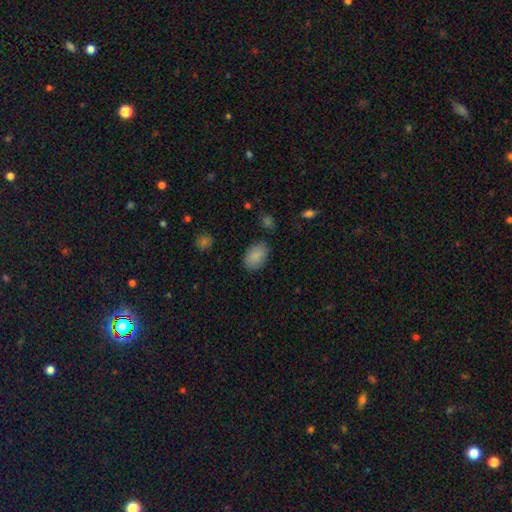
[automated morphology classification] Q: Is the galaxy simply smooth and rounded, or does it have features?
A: smooth — 88%.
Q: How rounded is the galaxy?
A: in between — 88%.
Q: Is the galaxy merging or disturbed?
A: none — 82%.